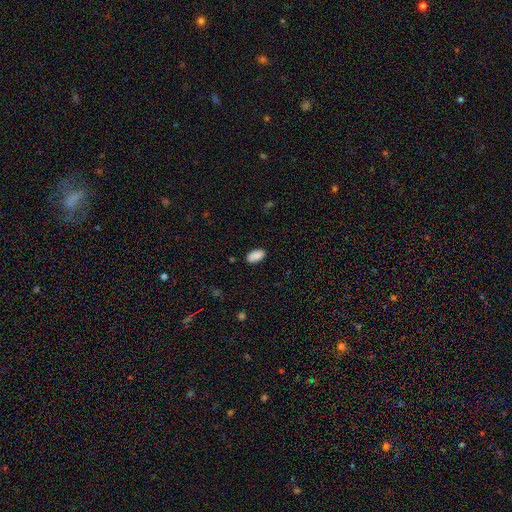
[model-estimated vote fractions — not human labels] Morphology: type=smooth (90%); roundness=in between (94%); merging=none (87%).